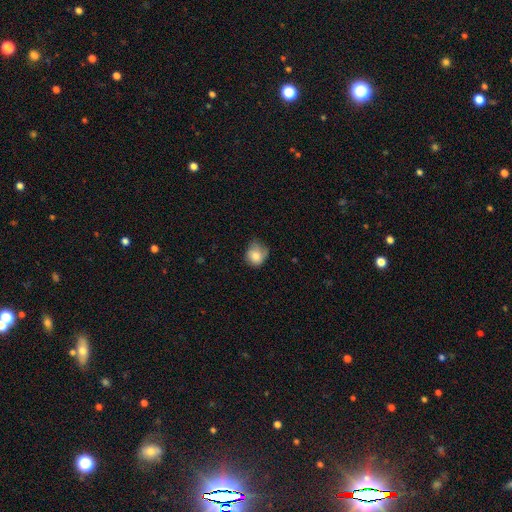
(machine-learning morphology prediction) type=smooth (80%); roundness=round (73%); merging=none (52%).